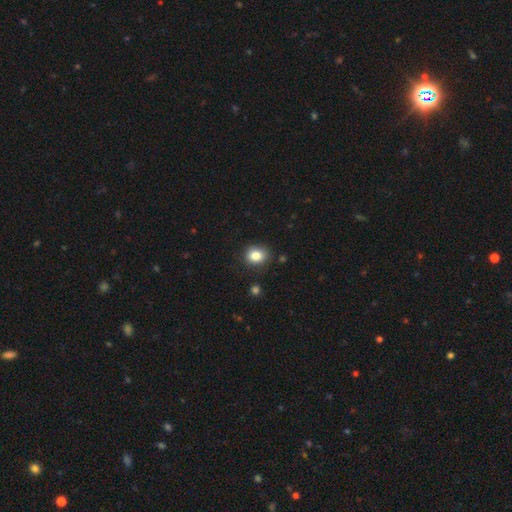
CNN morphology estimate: Q: Smooth or featured?
A: smooth (84%); runner-up: star or artifact (10%)
Q: How rounded?
A: round (63%); runner-up: in between (36%)
Q: Merging?
A: none (84%); runner-up: minor disturbance (11%)